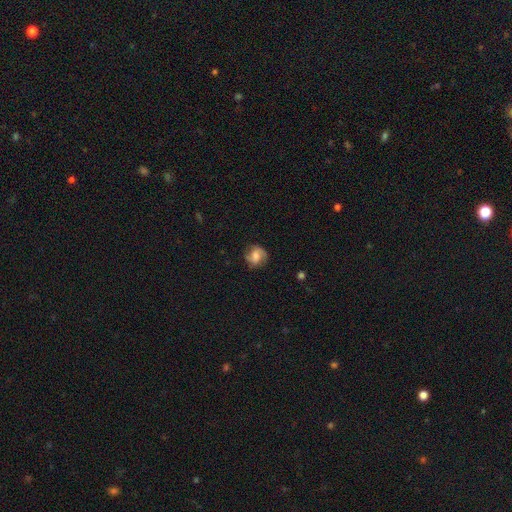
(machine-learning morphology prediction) A featured or disk galaxy (59%) with a weak bar (45%), 2 (82%) medium (47%) spiral arms (91%) and a moderate central bulge (47%).

Vote fractions:
- Smooth or featured? featured or disk: 59% / smooth: 32% / star or artifact: 9%
- Edge-on disk? no: 97% / yes: 3%
- Bar? weak: 45% / no: 39% / strong: 16%
- Spiral arms? yes: 91% / no: 9%
- Spiral winding? medium: 47% / tight: 28% / loose: 25%
- Spiral arm count? 2: 82% / can't tell: 8% / 3: 4% / 1: 4% / 4: 1% / more than 4: 1%
- Bulge size? moderate: 47% / small: 25% / large: 17% / none: 9% / dominant: 2%
- Merging? none: 76% / minor disturbance: 16% / major disturbance: 6% / merger: 1%